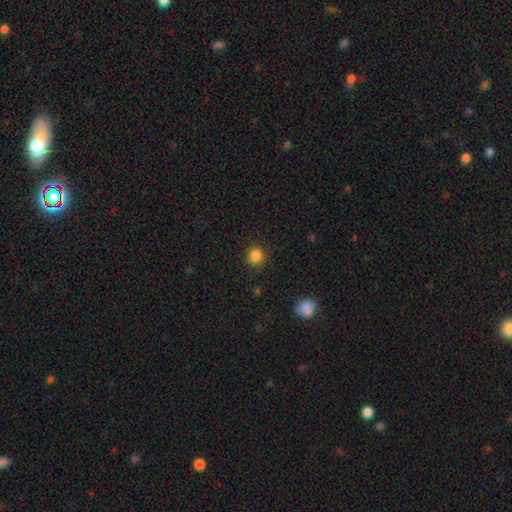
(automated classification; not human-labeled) Overall: smooth (85%). How rounded: round (89%). Merging: none (88%).